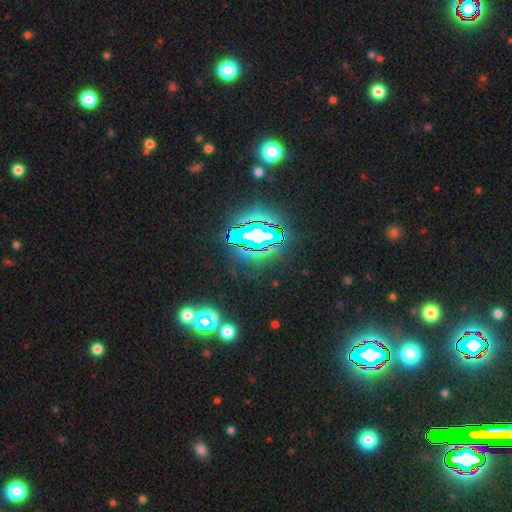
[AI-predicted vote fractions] A star or artifact, not a galaxy (83%).